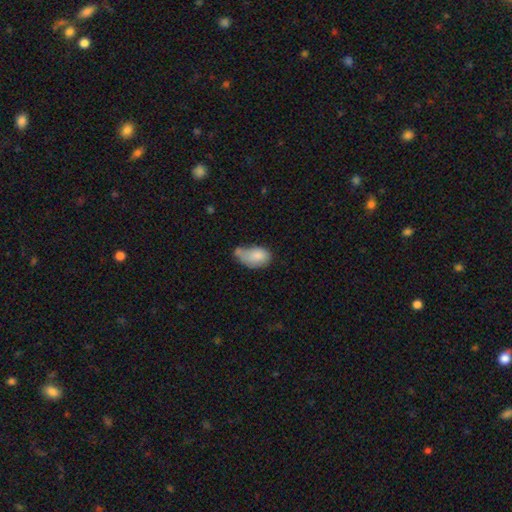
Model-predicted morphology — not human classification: Smooth or featured? Predicted: smooth (p=0.79). How rounded? Predicted: in between (p=0.88). Merging? Predicted: minor disturbance (p=0.32).